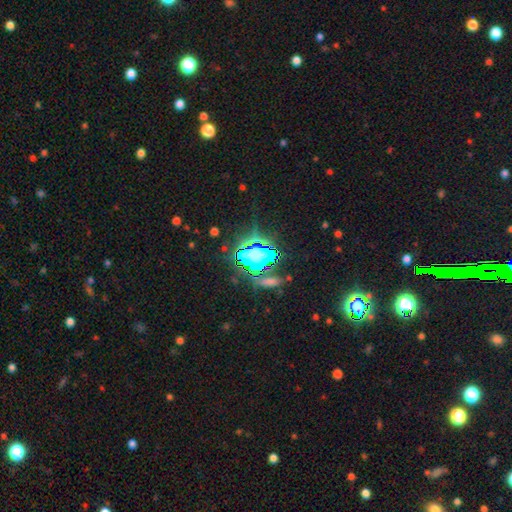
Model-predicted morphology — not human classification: smooth_or_featured: star or artifact (p=0.84) [alt: smooth p=0.09]